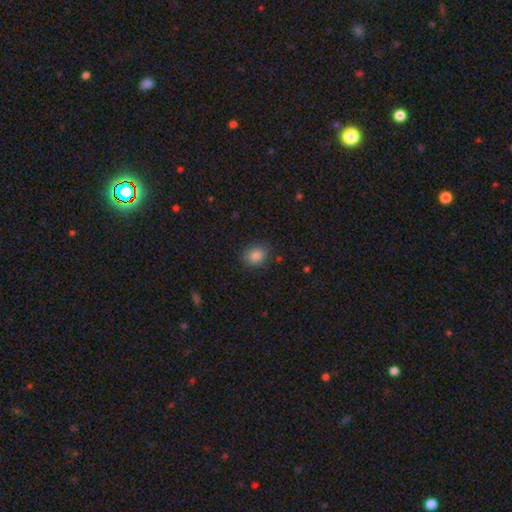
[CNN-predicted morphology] Overall: smooth (84%). How rounded: round (63%; in between 36%). Merging: none (84%).